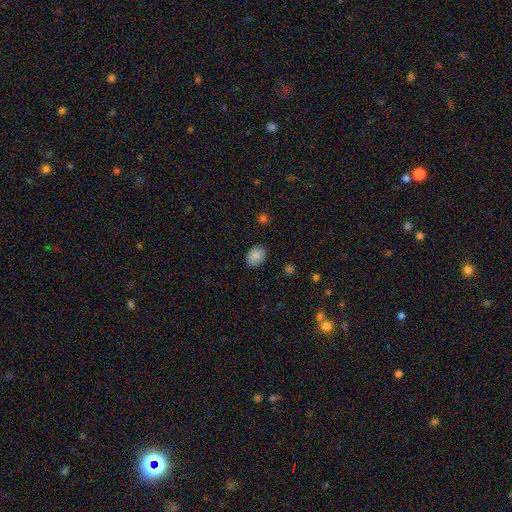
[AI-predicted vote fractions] This is clearly a smooth galaxy (86%). How rounded: likely in between (65%). Merging: clearly none (82%).